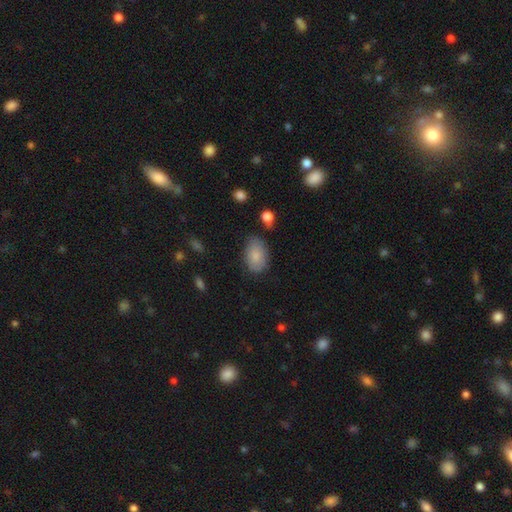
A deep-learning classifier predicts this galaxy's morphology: type=smooth (84%); roundness=in between (89%); merging=none (72%).